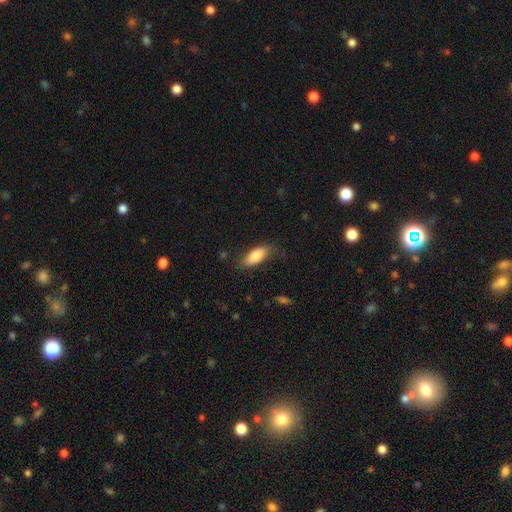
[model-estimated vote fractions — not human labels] smooth-or-featured: smooth: 82% | featured or disk: 12% | star or artifact: 7%
  how-rounded: in between: 83% | cigar-shaped: 15% | round: 2%
  merging: none: 72% | minor disturbance: 21% | major disturbance: 6% | merger: 1%